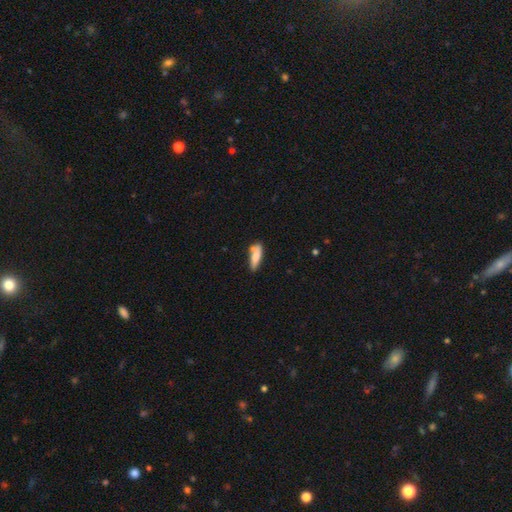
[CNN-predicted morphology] Smooth or featured? Predicted: smooth (p=0.74). How rounded? Predicted: in between (p=0.51). Merging? Predicted: none (p=0.52).